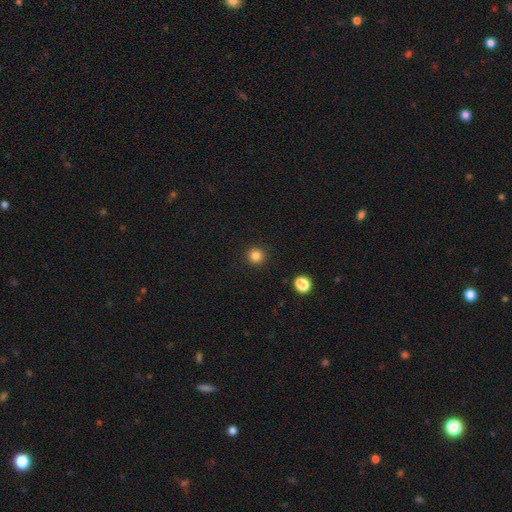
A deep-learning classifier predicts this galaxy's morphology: Overall: smooth (84%). How rounded: round (95%). Merging: none (92%).